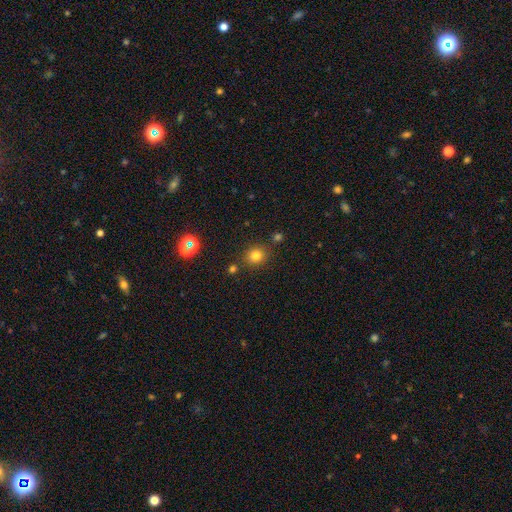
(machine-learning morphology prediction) Smooth or featured? Predicted: smooth (p=0.79). How rounded? Predicted: round (p=0.80). Merging? Predicted: none (p=0.82).